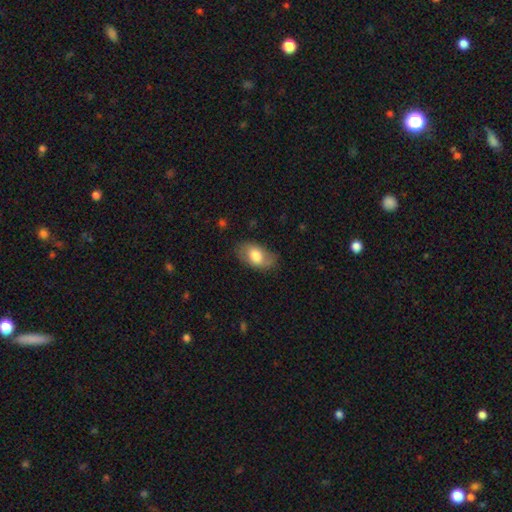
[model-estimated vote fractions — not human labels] Smooth or featured?
  - smooth: 71% *
  - featured or disk: 22%
  - star or artifact: 7%
How rounded?
  - in between: 91% *
  - round: 7%
  - cigar-shaped: 2%
Merging?
  - none: 72% *
  - minor disturbance: 21%
  - major disturbance: 6%
  - merger: 1%